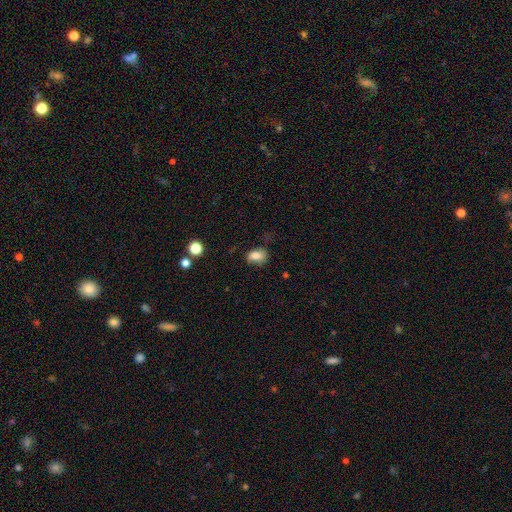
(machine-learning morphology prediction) Smooth or featured? smooth (79%)
How rounded? in between (76%)
Merging? none (58%)